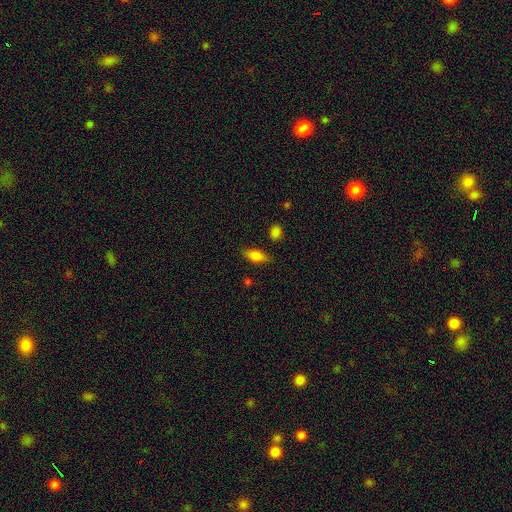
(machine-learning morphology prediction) Smooth or featured? smooth (77%)
How rounded? in between (76%)
Merging? none (80%)